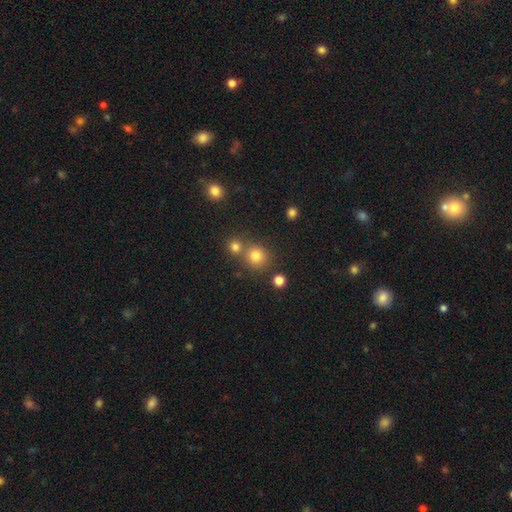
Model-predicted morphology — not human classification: Q: Smooth or featured?
A: smooth (77%); runner-up: star or artifact (16%)
Q: How rounded?
A: round (89%); runner-up: in between (10%)
Q: Merging?
A: none (67%); runner-up: merger (23%)